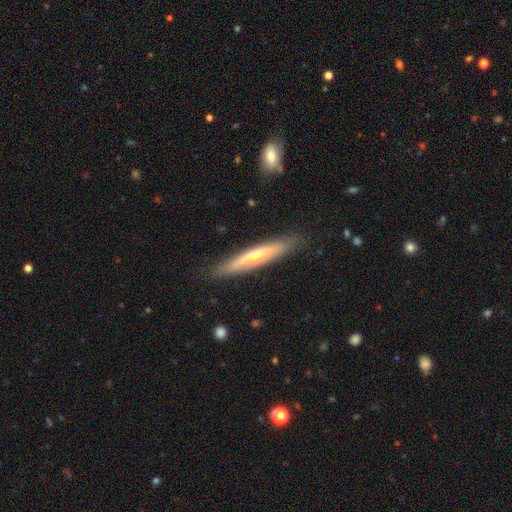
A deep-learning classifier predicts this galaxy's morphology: The model was most divided on "smooth or featured": featured or disk: 52%, smooth: 42%, star or artifact: 6%. More confident: merging — none (86%); edge-on disk — yes (86%).